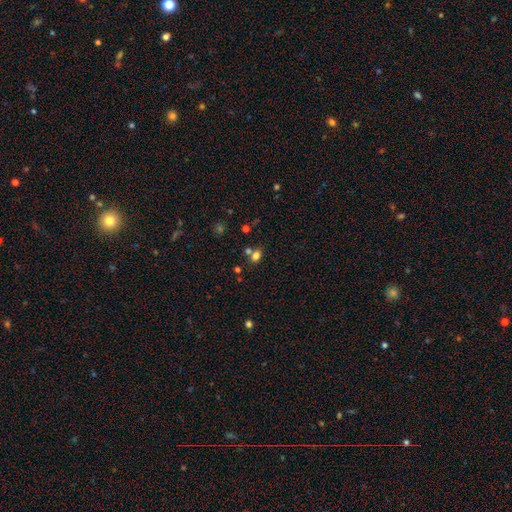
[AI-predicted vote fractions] Smooth or featured?
  - smooth: 75% *
  - star or artifact: 16%
  - featured or disk: 9%
How rounded?
  - in between: 64% *
  - round: 34%
  - cigar-shaped: 2%
Merging?
  - none: 54% *
  - merger: 31%
  - minor disturbance: 11%
  - major disturbance: 4%